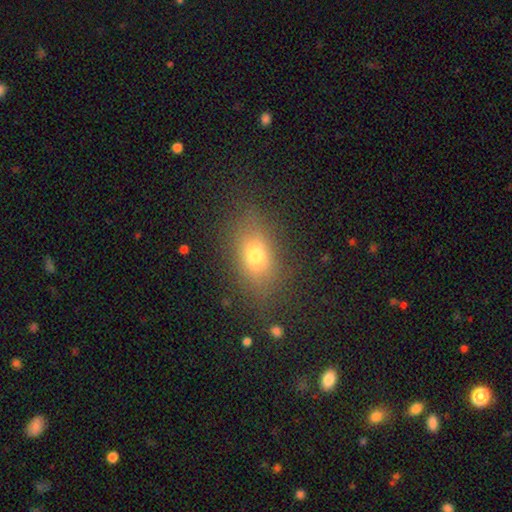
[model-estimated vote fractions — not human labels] The model was most divided on "how rounded": in between: 76%, round: 20%, cigar-shaped: 4%. More confident: merging — none (77%); smooth or featured — smooth (71%).